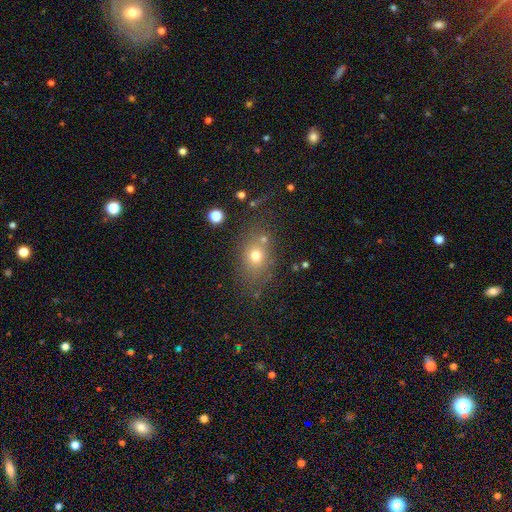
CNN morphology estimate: smooth-or-featured: smooth: 70% | star or artifact: 16% | featured or disk: 14%
  how-rounded: in between: 53% | round: 45% | cigar-shaped: 2%
  merging: none: 70% | minor disturbance: 14% | merger: 9% | major disturbance: 7%